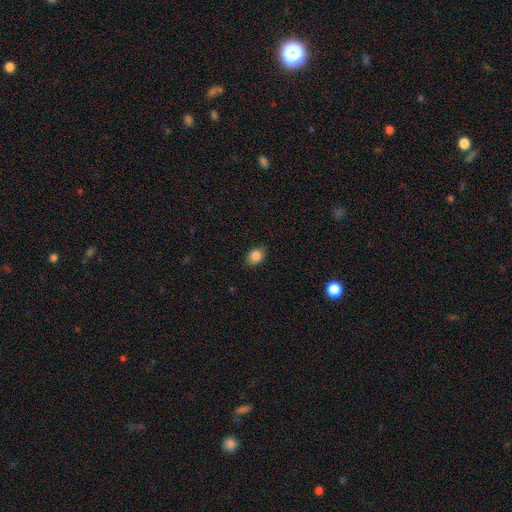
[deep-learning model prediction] smooth-or-featured: smooth: 86% | star or artifact: 9% | featured or disk: 4%
  how-rounded: in between: 59% | round: 40% | cigar-shaped: 1%
  merging: none: 85% | minor disturbance: 12% | major disturbance: 3% | merger: 1%